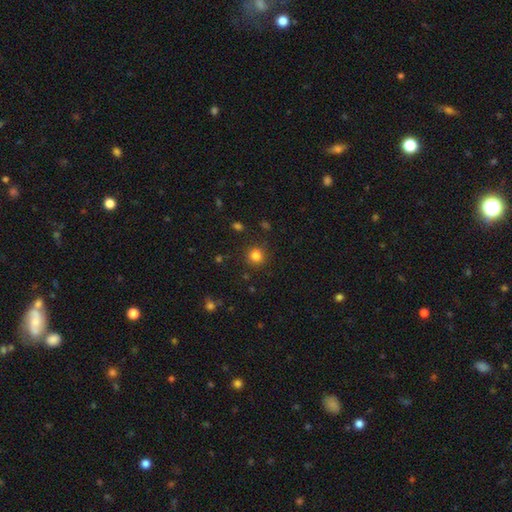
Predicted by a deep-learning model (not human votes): Smooth or featured? smooth (81%)
How rounded? round (88%)
Merging? none (82%)